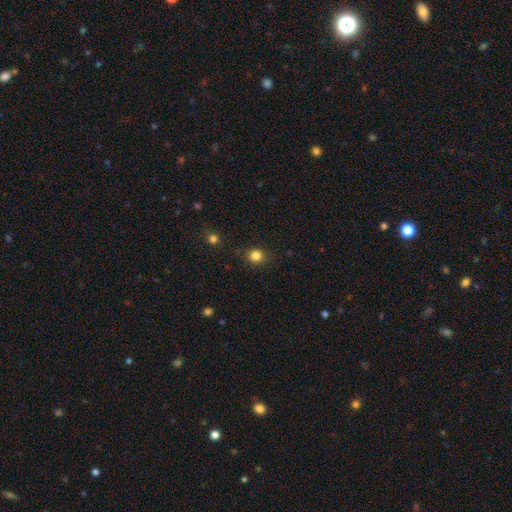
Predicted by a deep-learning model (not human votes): smooth_or_featured: smooth (p=0.82) [alt: star or artifact p=0.13]
how_rounded: round (p=0.82) [alt: in between p=0.17]
merging: none (p=0.87) [alt: minor disturbance p=0.09]